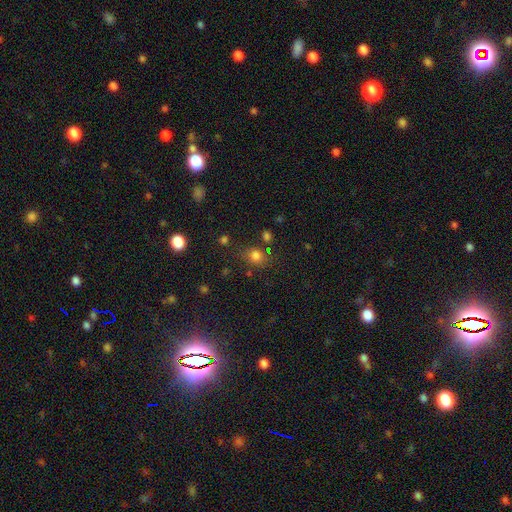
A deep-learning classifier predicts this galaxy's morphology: A smooth galaxy with no disk features (77%) that is round (54%).

Vote fractions:
- Smooth or featured? smooth: 77% / star or artifact: 16% / featured or disk: 7%
- How rounded? round: 54% / in between: 44% / cigar-shaped: 1%
- Merging? none: 72% / minor disturbance: 15% / merger: 7% / major disturbance: 6%